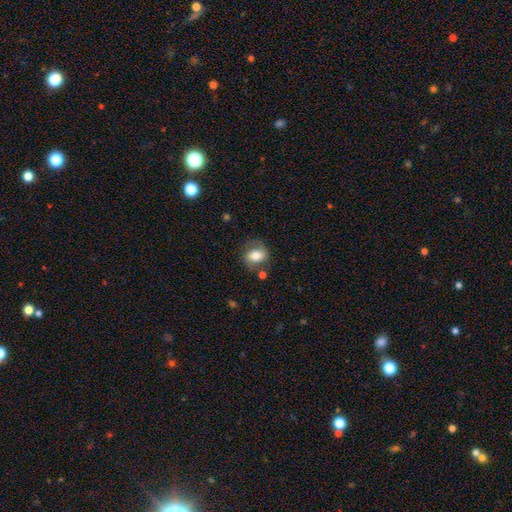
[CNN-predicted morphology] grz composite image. It shows a smooth galaxy with no disk features (60%) that is in between round and cigar-shaped (55%). Merging: none (65%).